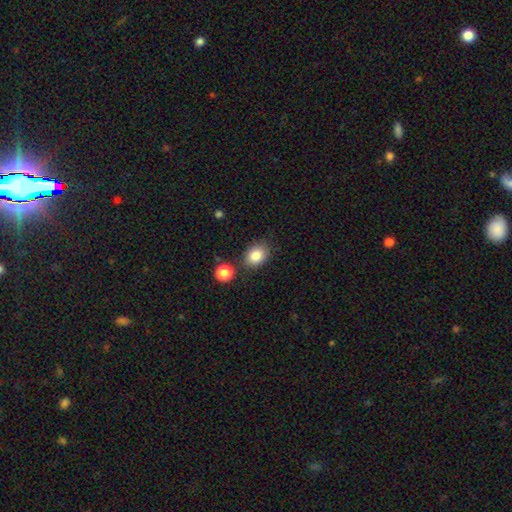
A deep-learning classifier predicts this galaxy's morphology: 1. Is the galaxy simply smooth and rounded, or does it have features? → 83% smooth, 10% star or artifact, 7% featured or disk.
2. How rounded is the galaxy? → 57% in between, 41% round, 1% cigar-shaped.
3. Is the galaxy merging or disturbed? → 75% none, 12% minor disturbance, 9% merger, 3% major disturbance.